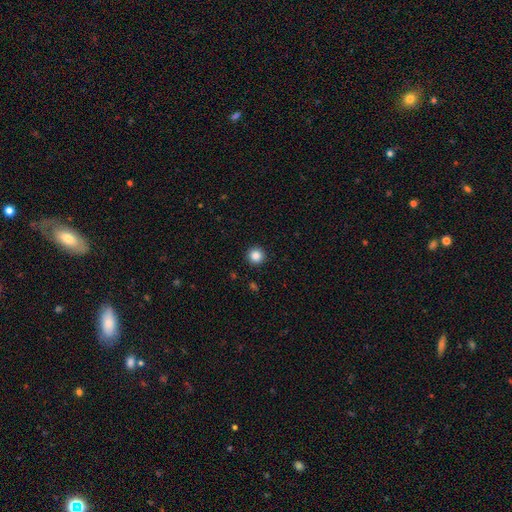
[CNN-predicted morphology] Smooth or featured? Predicted: smooth (p=0.87). How rounded? Predicted: round (p=0.95). Merging? Predicted: none (p=0.93).